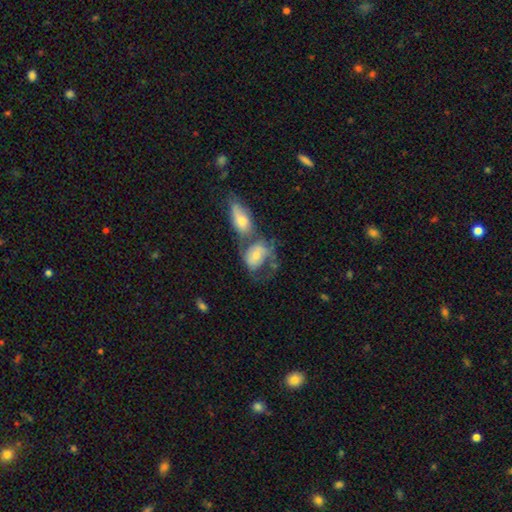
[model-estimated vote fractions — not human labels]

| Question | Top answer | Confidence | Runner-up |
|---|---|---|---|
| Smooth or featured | smooth | 52% | featured or disk (41%) |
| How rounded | in between | 73% | round (25%) |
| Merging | merger | 59% | none (18%) |